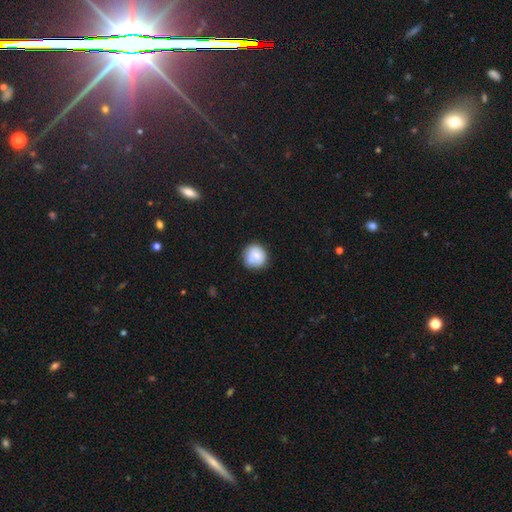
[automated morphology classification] Smooth or featured?
  - smooth: 76% *
  - featured or disk: 16%
  - star or artifact: 8%
How rounded?
  - round: 91% *
  - in between: 9%
  - cigar-shaped: 1%
Merging?
  - none: 74% *
  - minor disturbance: 17%
  - merger: 5%
  - major disturbance: 4%